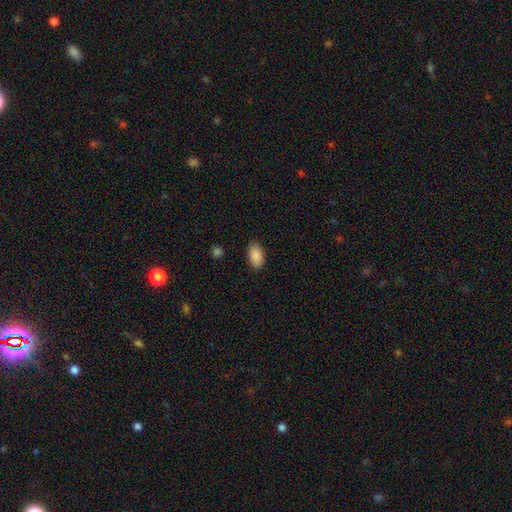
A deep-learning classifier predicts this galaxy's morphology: Q: Smooth or featured?
A: smooth (89%); runner-up: star or artifact (7%)
Q: How rounded?
A: in between (94%); runner-up: round (4%)
Q: Merging?
A: none (85%); runner-up: minor disturbance (11%)